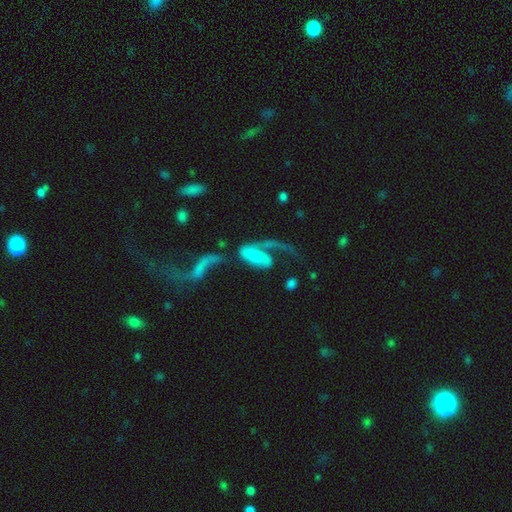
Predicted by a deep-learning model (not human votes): This appears to be a featured or disk galaxy (71%) with no bar (58%), 2 (54%) loose (73%) spiral arms (86%) and no central bulge (30%). Merging: major disturbance (42%).